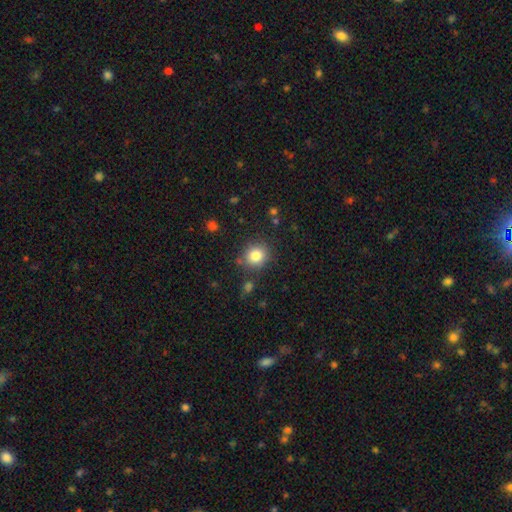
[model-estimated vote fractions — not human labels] This appears to be a smooth galaxy with no disk features (83%) that is round (82%). Merging: none (82%).